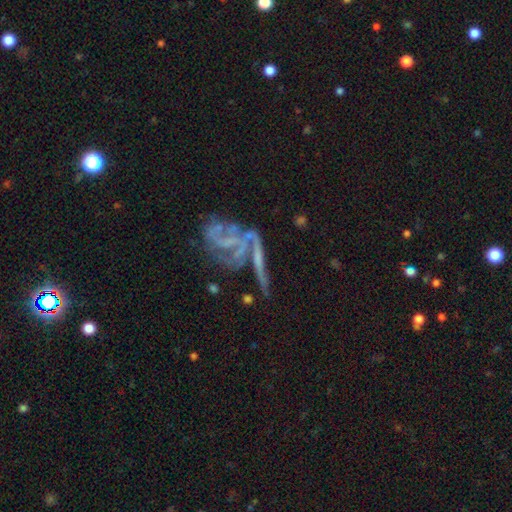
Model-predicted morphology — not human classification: Smooth or featured?
  - featured or disk: 69% *
  - smooth: 15%
  - star or artifact: 15%
Edge-on disk?
  - no: 83% *
  - yes: 17%
Bar?
  - no: 60% *
  - weak: 25%
  - strong: 15%
Spiral arms?
  - yes: 70% *
  - no: 30%
Bulge size?
  - none: 50% *
  - small: 35%
  - moderate: 11%
  - large: 2%
  - dominant: 2%
Merging?
  - merger: 33% *
  - none: 31%
  - major disturbance: 23%
  - minor disturbance: 13%